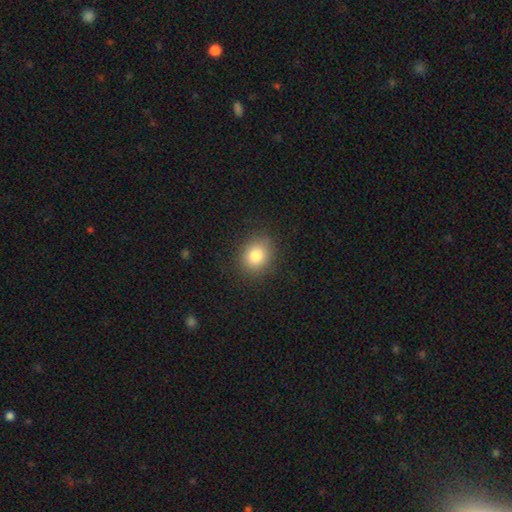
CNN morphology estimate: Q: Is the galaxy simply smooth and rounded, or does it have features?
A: smooth — 83%.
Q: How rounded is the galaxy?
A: round — 67%.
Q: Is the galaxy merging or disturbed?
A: none — 86%.